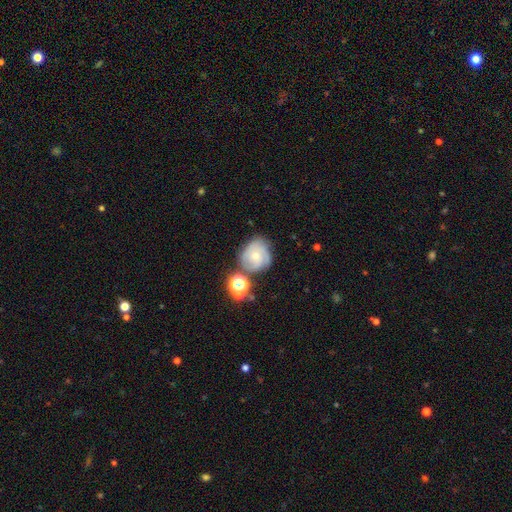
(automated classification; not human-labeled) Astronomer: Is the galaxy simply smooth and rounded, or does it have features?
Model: featured or disk — 57%.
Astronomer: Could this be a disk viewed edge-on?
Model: no — 97%.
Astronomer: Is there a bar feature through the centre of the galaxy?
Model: no — 79%.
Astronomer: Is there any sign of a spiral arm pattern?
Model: yes — 83%.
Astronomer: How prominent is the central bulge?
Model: small — 61%.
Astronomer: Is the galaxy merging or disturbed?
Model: none — 55%.